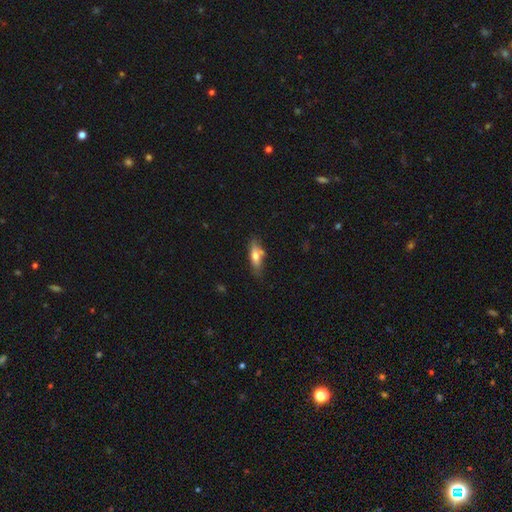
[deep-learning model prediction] This is likely a smooth galaxy (61%). How rounded: possibly in between (56%). Merging: likely none (69%).